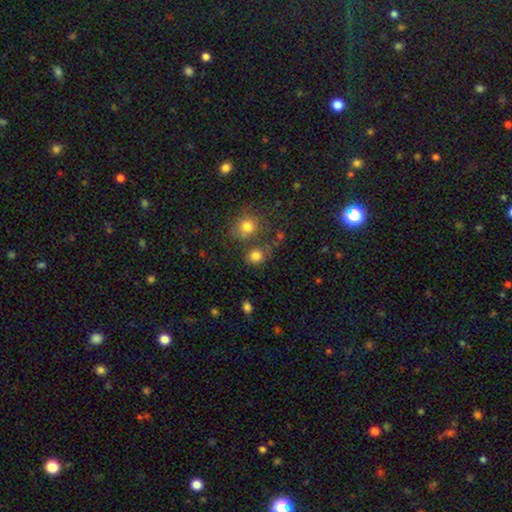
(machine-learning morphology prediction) smooth_or_featured: smooth (p=0.80) [alt: star or artifact p=0.13]
how_rounded: round (p=0.75) [alt: in between p=0.24]
merging: none (p=0.66) [alt: merger p=0.16]